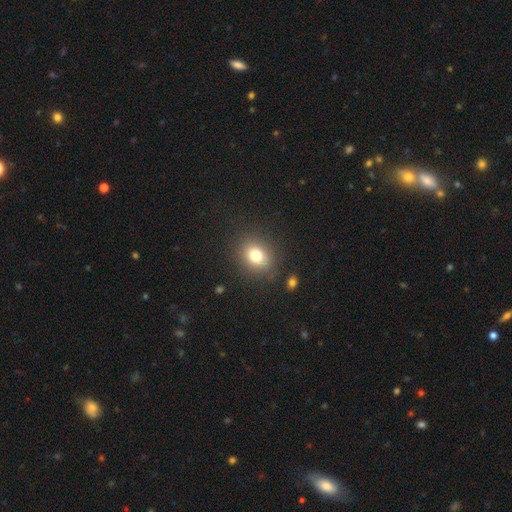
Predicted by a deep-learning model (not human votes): smooth_or_featured: smooth (p=0.77) [alt: star or artifact p=0.13]
how_rounded: round (p=0.62) [alt: in between p=0.37]
merging: none (p=0.86) [alt: minor disturbance p=0.09]